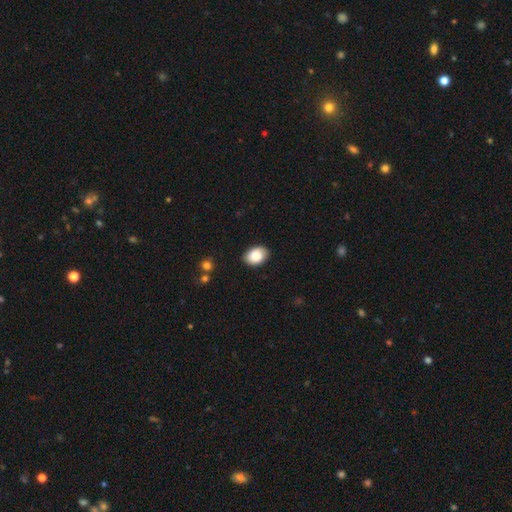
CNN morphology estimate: Q: Smooth or featured?
A: smooth (87%); runner-up: star or artifact (7%)
Q: How rounded?
A: in between (79%); runner-up: round (20%)
Q: Merging?
A: none (84%); runner-up: minor disturbance (12%)